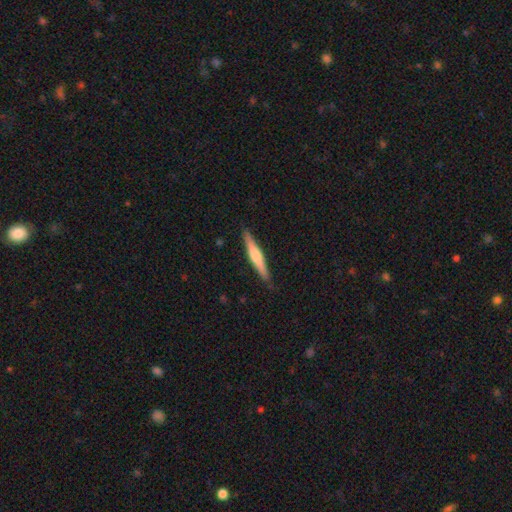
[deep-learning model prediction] Overall: featured or disk (49%; smooth 46%). Merging: none (89%).